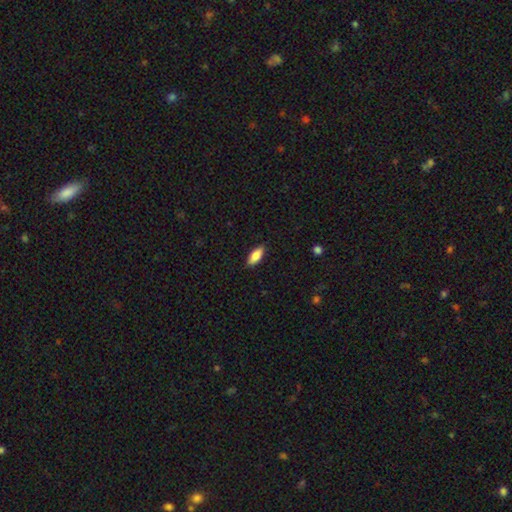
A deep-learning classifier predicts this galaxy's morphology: Smooth or featured: smooth — 84% (featured or disk — 10%)
How rounded: in between — 80% (cigar-shaped — 18%)
Merging: none — 88% (minor disturbance — 9%)